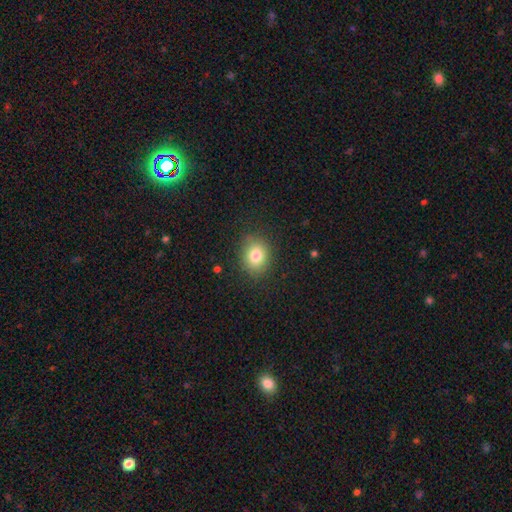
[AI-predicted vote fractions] This appears to be a smooth galaxy with no disk features (80%) that is round (57%). Merging: none (84%).